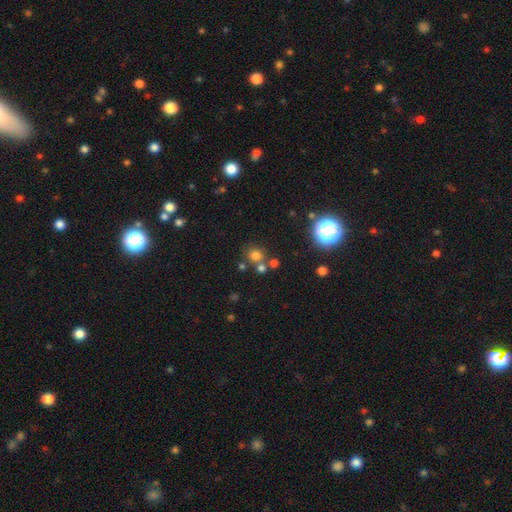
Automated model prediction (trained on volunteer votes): smooth_or_featured: smooth (p=0.69) [alt: star or artifact p=0.22]
how_rounded: round (p=0.85) [alt: in between p=0.14]
merging: none (p=0.65) [alt: merger p=0.23]